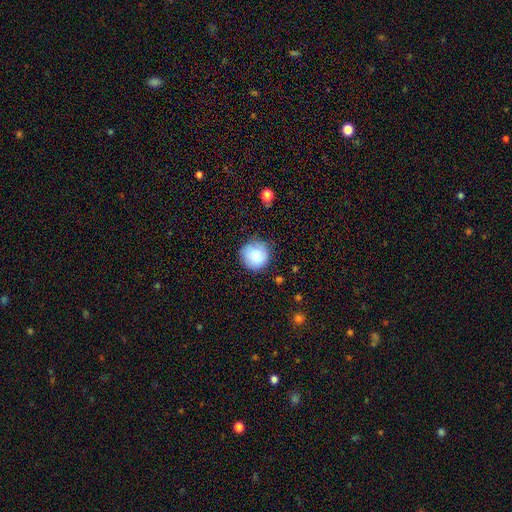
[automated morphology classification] Smooth or featured?
  - smooth: 84% *
  - featured or disk: 9%
  - star or artifact: 8%
How rounded?
  - round: 94% *
  - in between: 5%
  - cigar-shaped: 1%
Merging?
  - none: 82% *
  - minor disturbance: 13%
  - major disturbance: 3%
  - merger: 1%